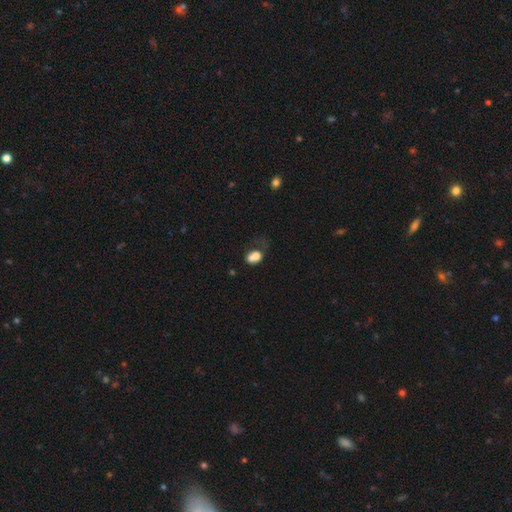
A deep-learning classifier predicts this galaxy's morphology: type=smooth (70%); roundness=in between (65%); merging=merger (38%).